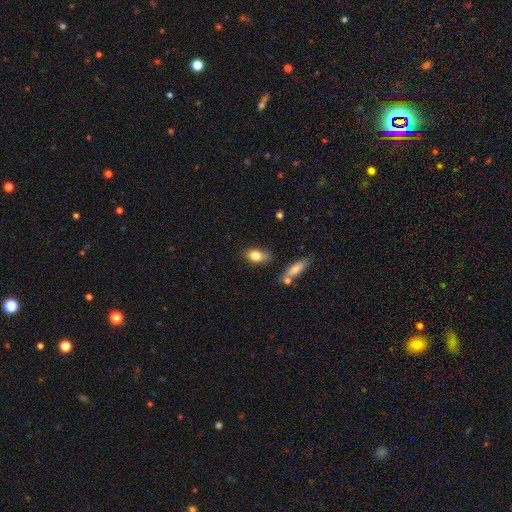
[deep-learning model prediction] Smooth or featured? smooth (81%)
How rounded? in between (81%)
Merging? none (61%)